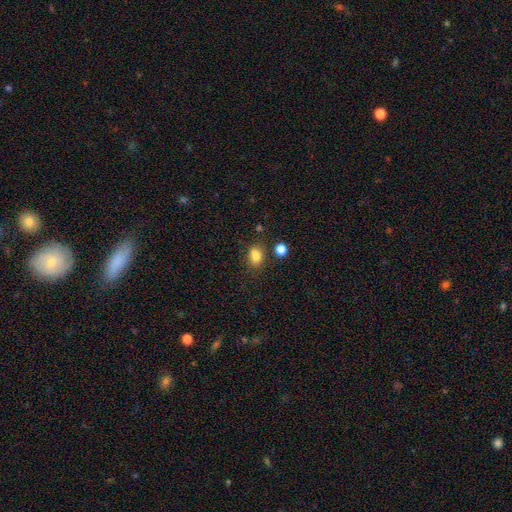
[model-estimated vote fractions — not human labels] Q: Smooth or featured?
A: smooth (82%); runner-up: star or artifact (11%)
Q: How rounded?
A: in between (70%); runner-up: round (28%)
Q: Merging?
A: none (65%); runner-up: minor disturbance (15%)